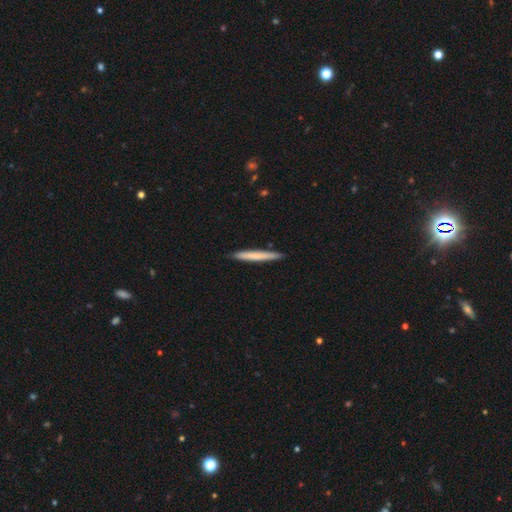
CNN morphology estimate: Smooth or featured?
  - smooth: 67% *
  - featured or disk: 28%
  - star or artifact: 5%
How rounded?
  - cigar-shaped: 97% *
  - in between: 2%
  - round: 1%
Merging?
  - none: 91% *
  - minor disturbance: 6%
  - major disturbance: 1%
  - merger: 1%